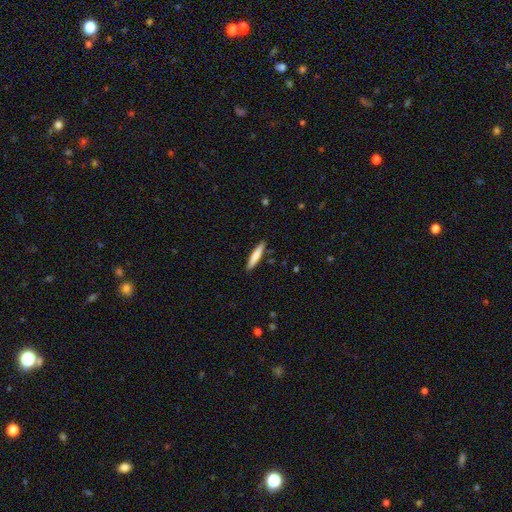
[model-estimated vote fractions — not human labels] Smooth or featured? Predicted: smooth (p=0.76). How rounded? Predicted: cigar-shaped (p=0.90). Merging? Predicted: none (p=0.89).